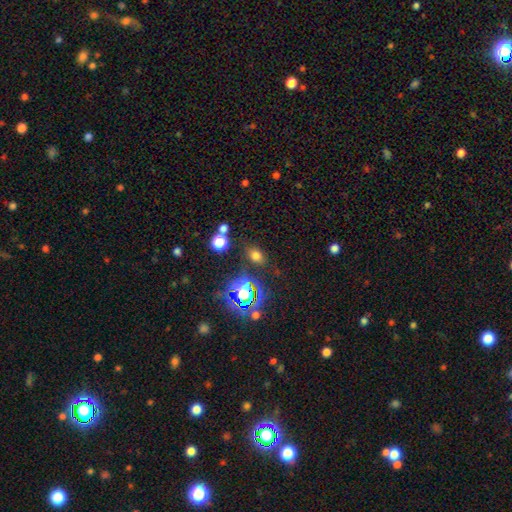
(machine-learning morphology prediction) Smooth or featured: smooth — 65% (star or artifact — 28%)
How rounded: in between — 65% (round — 33%)
Merging: none — 80% (minor disturbance — 11%)